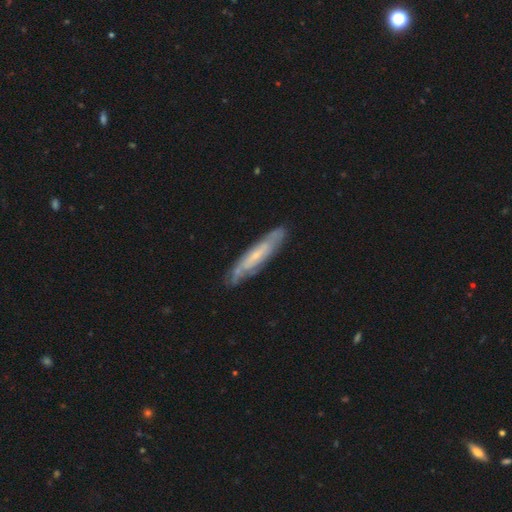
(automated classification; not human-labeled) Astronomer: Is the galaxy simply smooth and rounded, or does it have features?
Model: featured or disk — 62%.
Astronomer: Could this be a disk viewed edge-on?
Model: no — 50%, tied with yes at 50%.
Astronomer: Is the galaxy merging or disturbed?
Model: none — 81%.